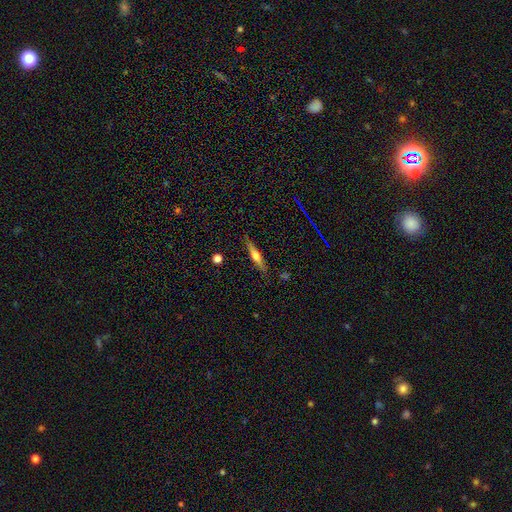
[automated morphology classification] This is possibly a featured or disk galaxy (54%). It is clearly viewed edge-on (95%). Edge-on bulge: clearly rounded (87%). Merging: clearly none (86%).